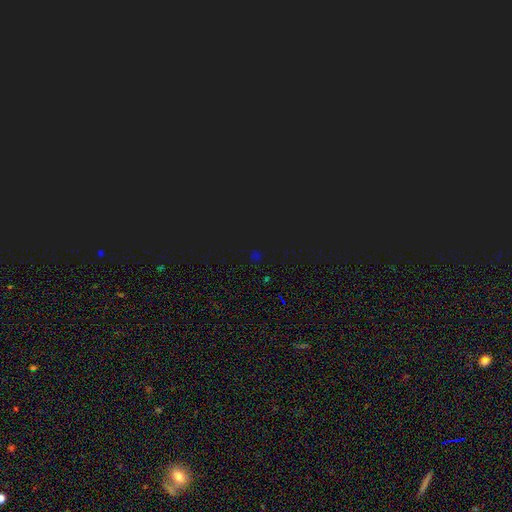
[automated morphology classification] The model was most divided on "smooth or featured": star or artifact: 73%, smooth: 21%, featured or disk: 6%.